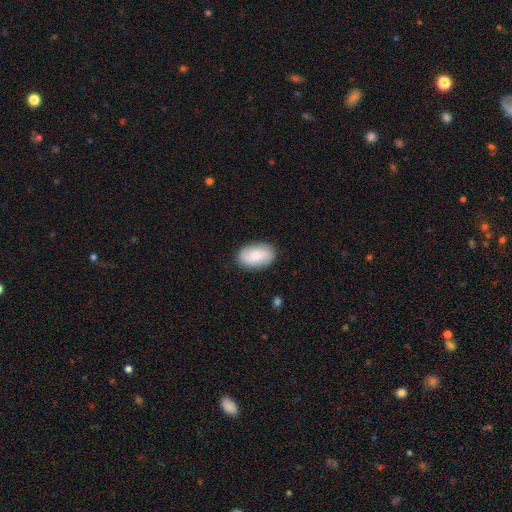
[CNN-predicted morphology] This appears to be a smooth galaxy with no disk features (69%) that is in between round and cigar-shaped (90%). Merging: none (86%).